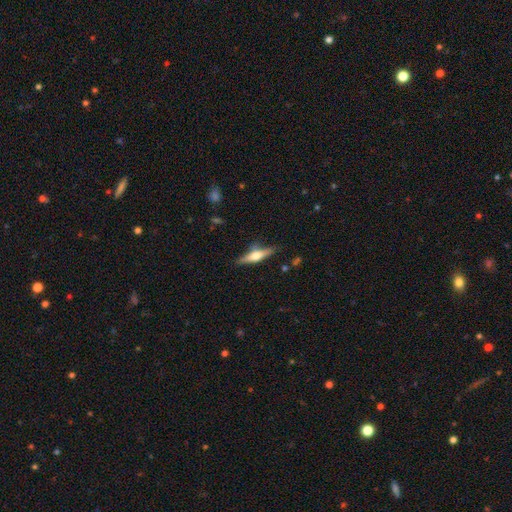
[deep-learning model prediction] Smooth or featured?
  - featured or disk: 59% *
  - smooth: 34%
  - star or artifact: 6%
Edge-on disk?
  - yes: 96% *
  - no: 4%
Edge-on bulge?
  - rounded: 91% *
  - boxy: 6%
  - none: 3%
Merging?
  - none: 80% *
  - minor disturbance: 14%
  - major disturbance: 3%
  - merger: 3%